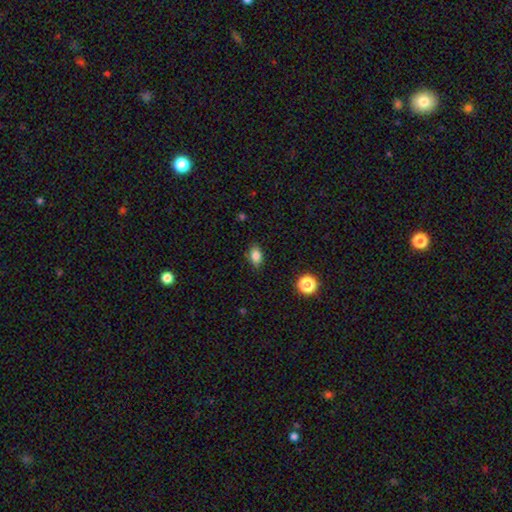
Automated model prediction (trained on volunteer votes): Smooth or featured: smooth — 83% (star or artifact — 10%)
How rounded: in between — 81% (round — 16%)
Merging: none — 83% (minor disturbance — 13%)